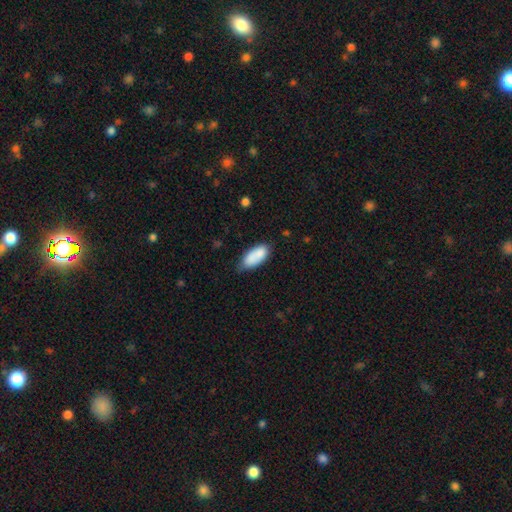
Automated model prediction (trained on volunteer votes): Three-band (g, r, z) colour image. It shows a smooth galaxy with no disk features (85%) that is in between round and cigar-shaped (89%). Merging: none (65%).